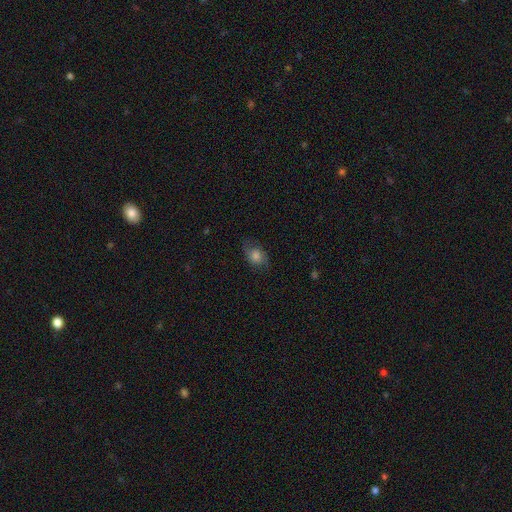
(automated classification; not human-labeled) Smooth or featured?
  - smooth: 73% *
  - featured or disk: 17%
  - star or artifact: 10%
How rounded?
  - in between: 69% *
  - round: 30%
  - cigar-shaped: 2%
Merging?
  - none: 69% *
  - minor disturbance: 23%
  - major disturbance: 7%
  - merger: 1%